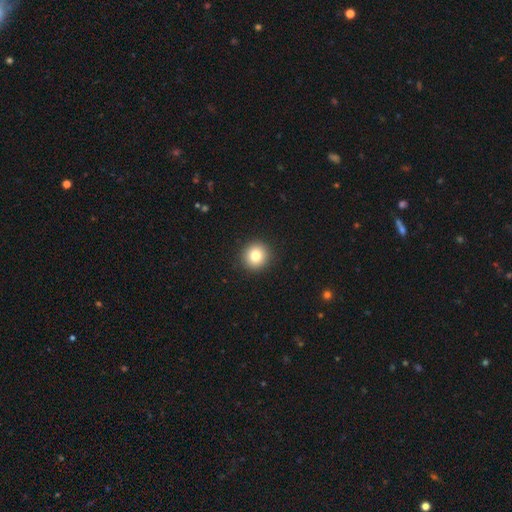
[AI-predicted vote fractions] The model was most divided on "smooth or featured": smooth: 81%, star or artifact: 11%, featured or disk: 9%. More confident: how rounded — round (93%); merging — none (93%).